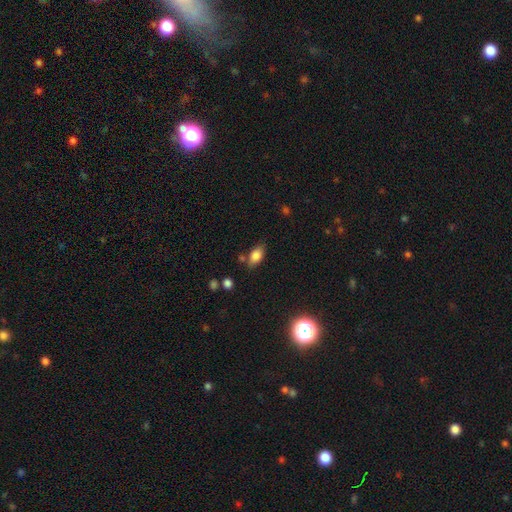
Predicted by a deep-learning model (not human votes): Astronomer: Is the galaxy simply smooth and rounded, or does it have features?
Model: smooth — 82%.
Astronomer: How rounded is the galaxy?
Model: in between — 88%.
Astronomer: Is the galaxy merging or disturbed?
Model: none — 72%.